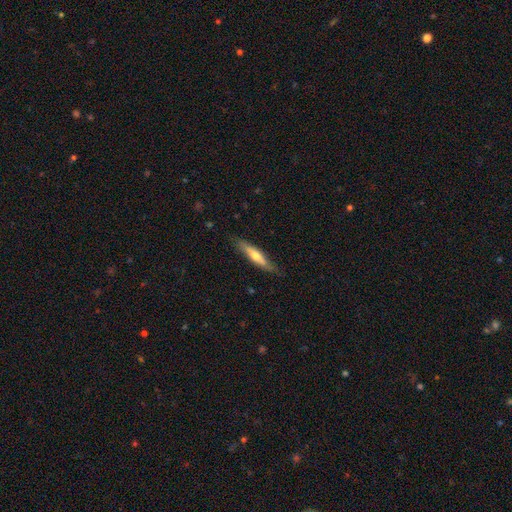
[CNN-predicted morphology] Q: Smooth or featured?
A: smooth (50%); runner-up: featured or disk (45%)
Q: Merging?
A: none (81%); runner-up: minor disturbance (15%)